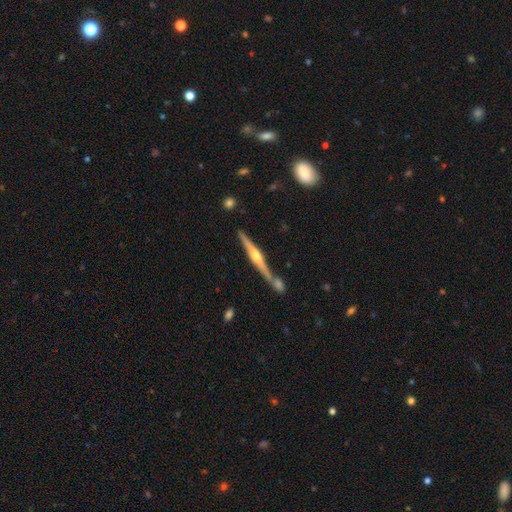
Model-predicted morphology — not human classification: Smooth or featured? Predicted: featured or disk (p=0.80). Edge-on disk? Predicted: yes (p=0.98). Edge-on bulge? Predicted: rounded (p=0.91). Merging? Predicted: none (p=0.69).